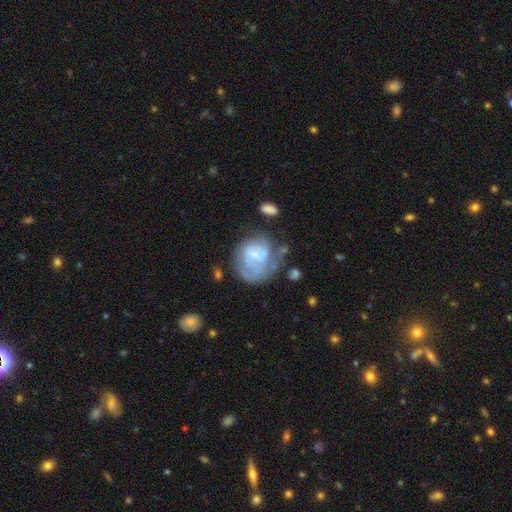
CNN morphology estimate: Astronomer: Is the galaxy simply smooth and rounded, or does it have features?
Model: featured or disk — 57% (runner-up: smooth, 35%).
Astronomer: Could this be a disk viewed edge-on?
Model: no — 98%.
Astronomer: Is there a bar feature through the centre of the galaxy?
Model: no — 51% (runner-up: weak, 39%).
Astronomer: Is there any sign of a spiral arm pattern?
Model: yes — 51% (runner-up: no, 49%).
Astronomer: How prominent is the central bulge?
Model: small — 56%.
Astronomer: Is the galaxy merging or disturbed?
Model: none — 35% (runner-up: major disturbance, 30%).